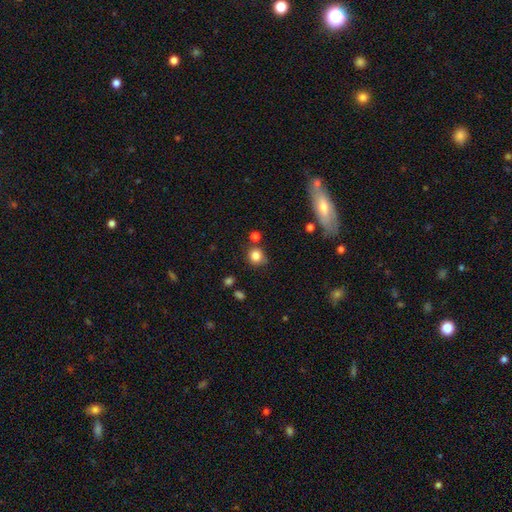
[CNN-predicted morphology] This appears to be a smooth galaxy with no disk features (83%) that is round (84%). Merging: none (71%).